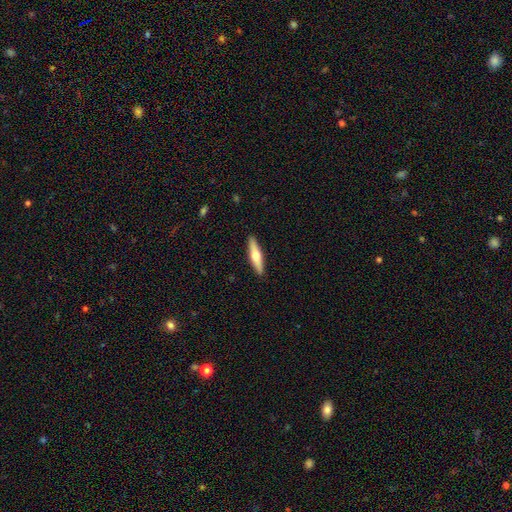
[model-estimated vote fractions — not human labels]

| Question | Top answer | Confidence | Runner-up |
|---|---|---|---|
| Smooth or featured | featured or disk | 48% | smooth (47%) |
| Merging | none | 91% | minor disturbance (6%) |